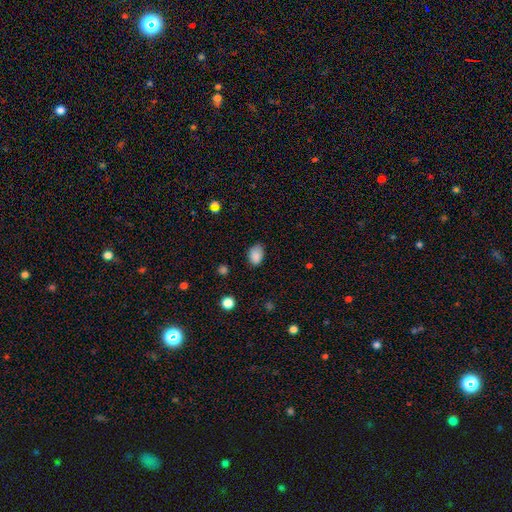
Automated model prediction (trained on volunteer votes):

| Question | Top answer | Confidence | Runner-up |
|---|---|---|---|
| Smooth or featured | smooth | 87% | star or artifact (9%) |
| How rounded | in between | 81% | round (18%) |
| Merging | none | 69% | minor disturbance (25%) |